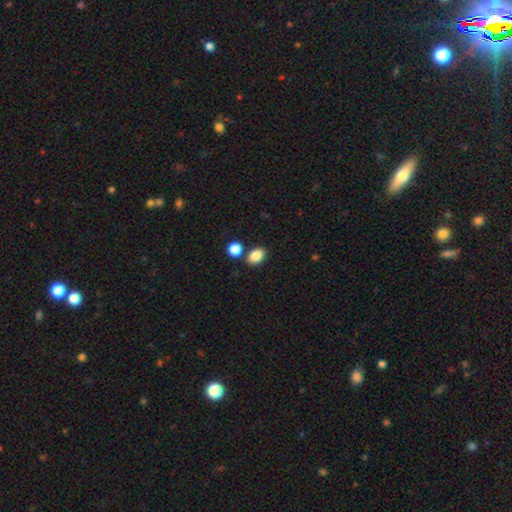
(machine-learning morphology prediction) Overall: smooth (86%). How rounded: in between (72%). Merging: none (76%).